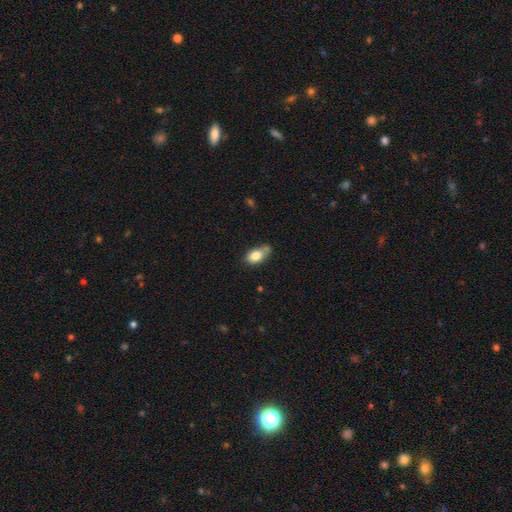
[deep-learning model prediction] Overall: smooth (80%). How rounded: in between (87%). Merging: none (49%; minor disturbance 30%).